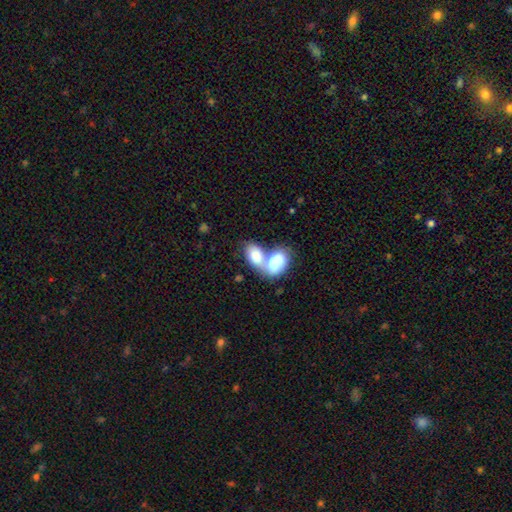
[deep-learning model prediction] A smooth galaxy with no disk features (76%) that is in between round and cigar-shaped (87%). Merging: merger (78%).